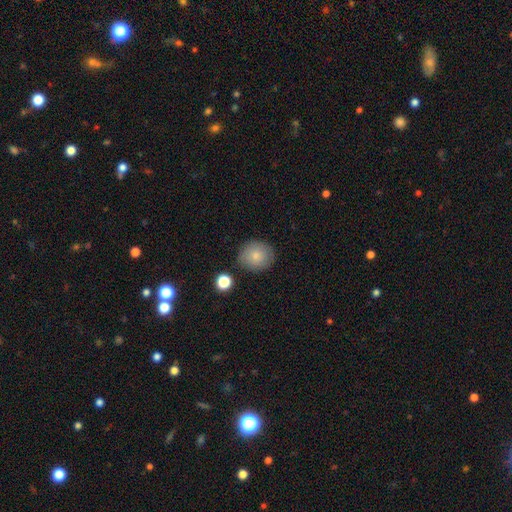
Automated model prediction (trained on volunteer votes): Smooth or featured?
  - smooth: 81% *
  - featured or disk: 11%
  - star or artifact: 8%
How rounded?
  - round: 79% *
  - in between: 20%
  - cigar-shaped: 1%
Merging?
  - none: 81% *
  - minor disturbance: 12%
  - merger: 3%
  - major disturbance: 3%